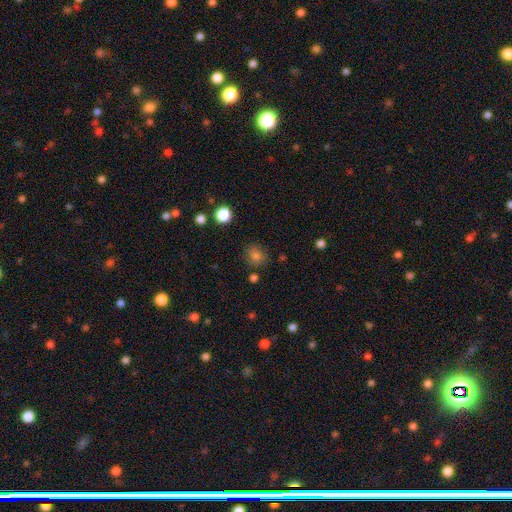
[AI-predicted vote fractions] Smooth or featured: smooth — 80% (star or artifact — 14%)
How rounded: round — 69% (in between — 30%)
Merging: none — 79% (minor disturbance — 13%)